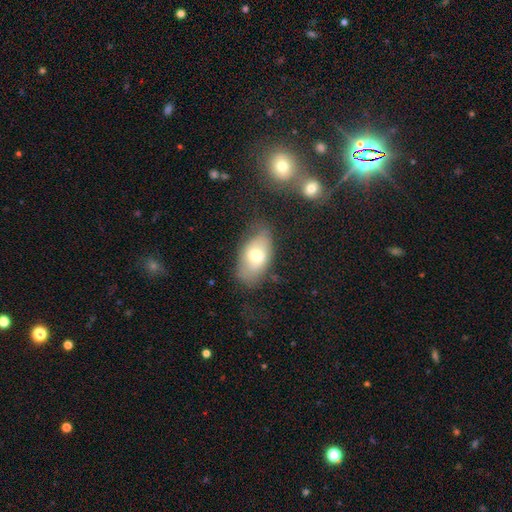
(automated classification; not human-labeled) Morphology: type=smooth (63%); roundness=in between (91%); merging=none (62%).